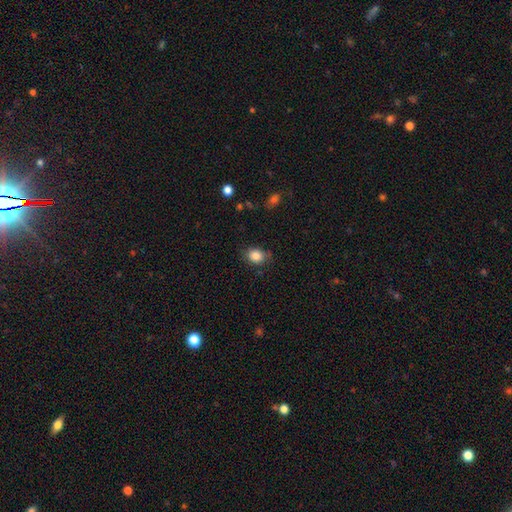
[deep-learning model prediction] The model was most divided on "how rounded": in between: 52%, round: 47%, cigar-shaped: 1%. More confident: smooth or featured — smooth (85%); merging — none (77%).